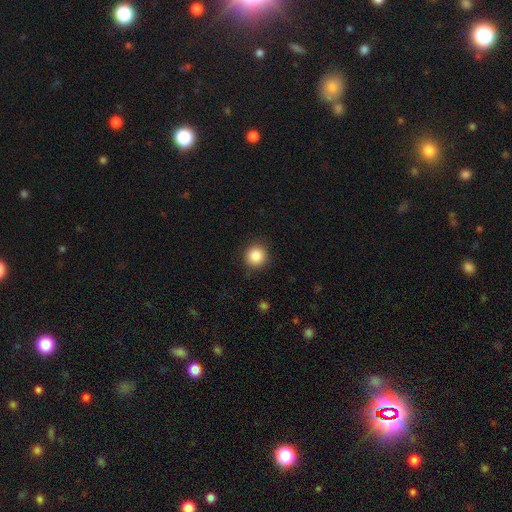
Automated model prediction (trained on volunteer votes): Overall: smooth (86%). How rounded: round (93%). Merging: none (88%).